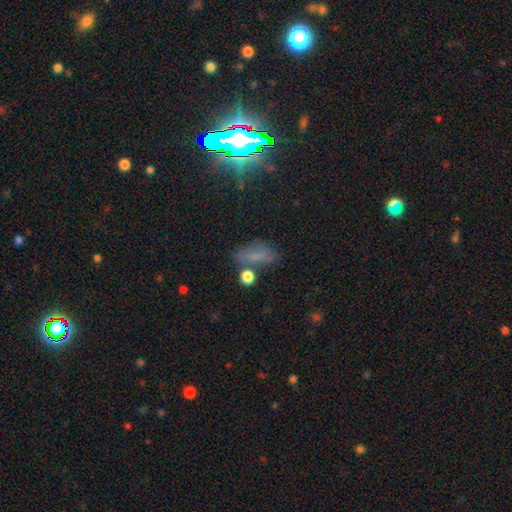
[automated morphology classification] Smooth or featured: smooth — 60% (star or artifact — 25%)
How rounded: in between — 78% (cigar-shaped — 12%)
Merging: none — 62% (minor disturbance — 20%)